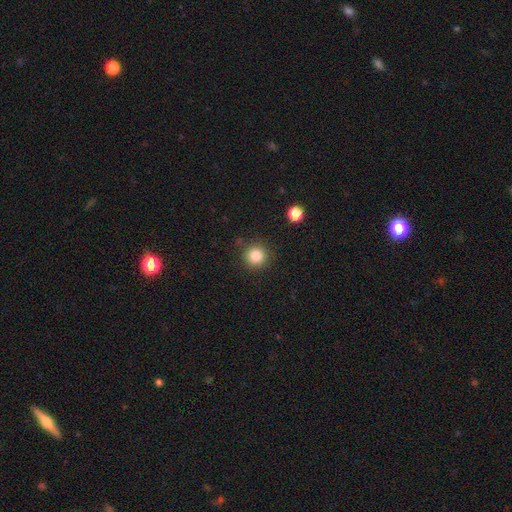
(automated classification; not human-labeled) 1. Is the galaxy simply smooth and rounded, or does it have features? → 84% smooth, 11% star or artifact, 5% featured or disk.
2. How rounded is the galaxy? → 94% round, 5% in between, 1% cigar-shaped.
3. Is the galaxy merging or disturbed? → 88% none, 7% minor disturbance, 3% major disturbance, 2% merger.